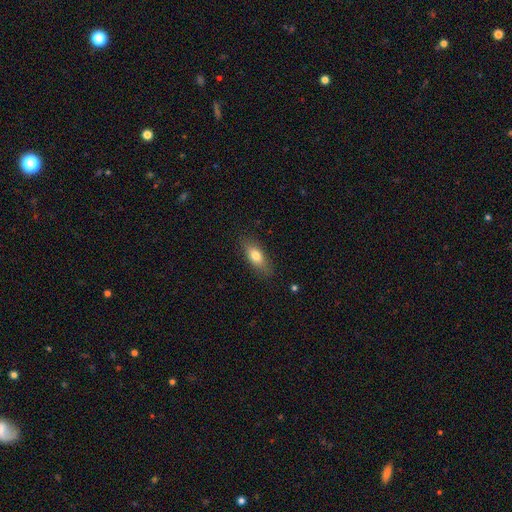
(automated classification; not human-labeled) smooth 76%, featured or disk 17%, star or artifact 7%. Down the decision tree: how rounded — in between (77%); merging — none (82%).